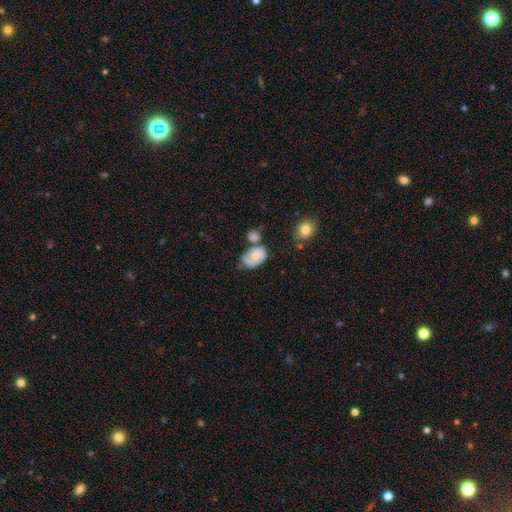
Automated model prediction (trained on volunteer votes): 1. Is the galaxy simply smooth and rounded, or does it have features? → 49% smooth, 43% featured or disk, 8% star or artifact.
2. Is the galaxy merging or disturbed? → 31% none, 28% minor disturbance, 21% merger, 20% major disturbance.